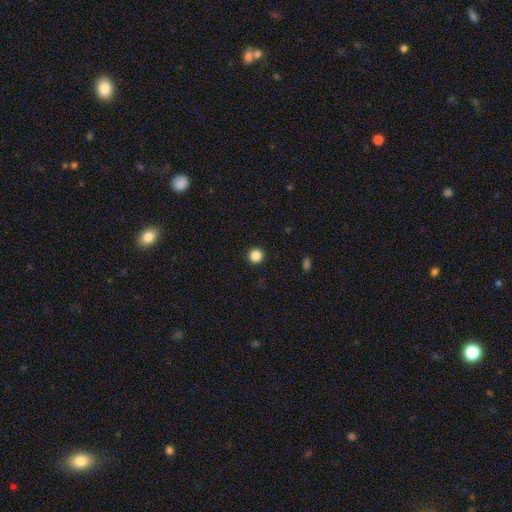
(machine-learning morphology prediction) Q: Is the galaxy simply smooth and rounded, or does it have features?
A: smooth — 87%.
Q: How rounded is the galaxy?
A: round — 96%.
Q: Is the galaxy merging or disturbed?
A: none — 93%.